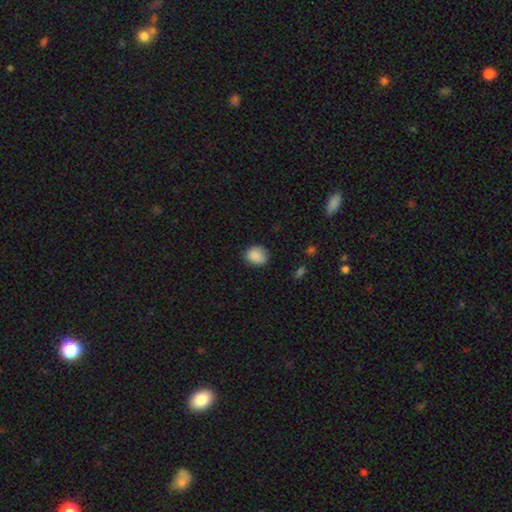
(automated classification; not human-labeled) smooth_or_featured: smooth (p=0.88) [alt: star or artifact p=0.09]
how_rounded: round (p=0.62) [alt: in between p=0.37]
merging: none (p=0.77) [alt: minor disturbance p=0.18]